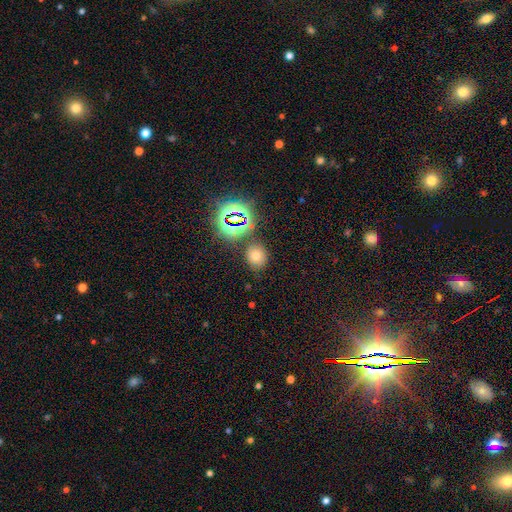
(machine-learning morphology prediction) Smooth or featured?
  - smooth: 56% *
  - star or artifact: 33%
  - featured or disk: 12%
How rounded?
  - round: 68% *
  - in between: 31%
  - cigar-shaped: 1%
Merging?
  - none: 81% *
  - minor disturbance: 11%
  - merger: 5%
  - major disturbance: 4%